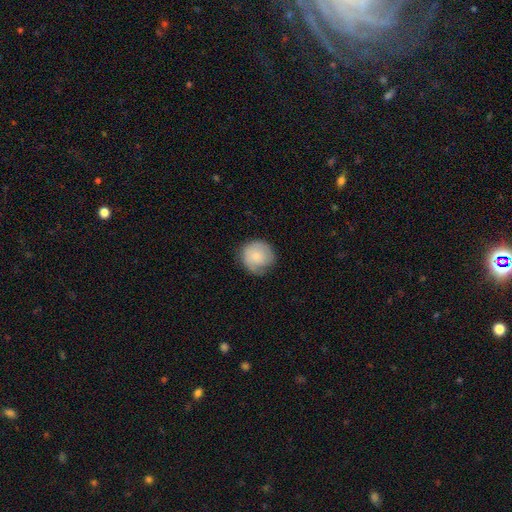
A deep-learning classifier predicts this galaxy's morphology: A smooth galaxy with no disk features (71%) that is round (88%).

Vote fractions:
- Smooth or featured? smooth: 71% / featured or disk: 23% / star or artifact: 6%
- How rounded? round: 88% / in between: 11% / cigar-shaped: 1%
- Merging? none: 67% / minor disturbance: 24% / major disturbance: 7% / merger: 1%